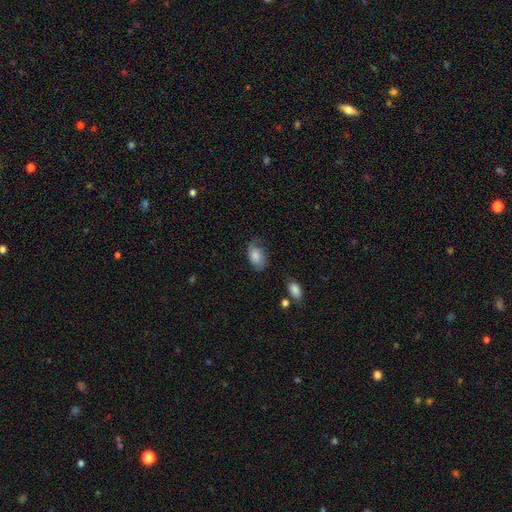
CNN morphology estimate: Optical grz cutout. It shows a smooth galaxy with no disk features (71%) that is in between round and cigar-shaped (89%). Merging: none (60%).